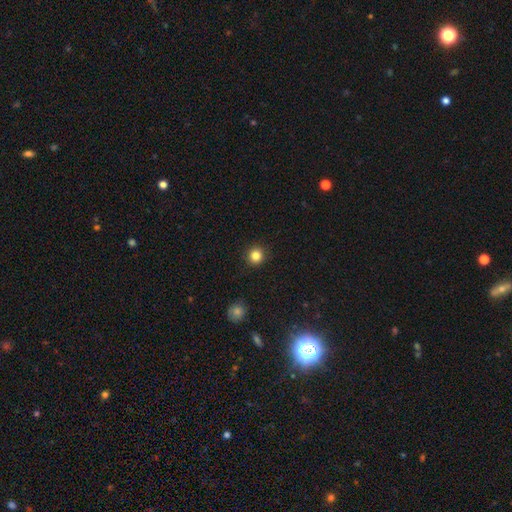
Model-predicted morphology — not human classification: A smooth galaxy with no disk features (83%) that is round (94%).

Vote fractions:
- Smooth or featured? smooth: 83% / star or artifact: 12% / featured or disk: 5%
- How rounded? round: 94% / in between: 5% / cigar-shaped: 1%
- Merging? none: 92% / minor disturbance: 5% / major disturbance: 2% / merger: 1%